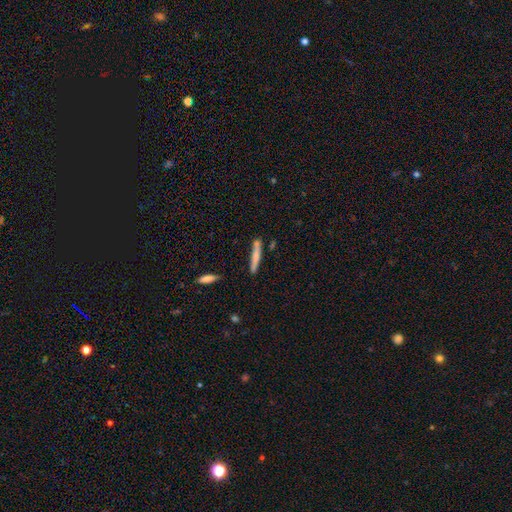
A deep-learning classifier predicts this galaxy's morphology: Smooth or featured? Predicted: smooth (p=0.67). How rounded? Predicted: cigar-shaped (p=0.94). Merging? Predicted: none (p=0.79).